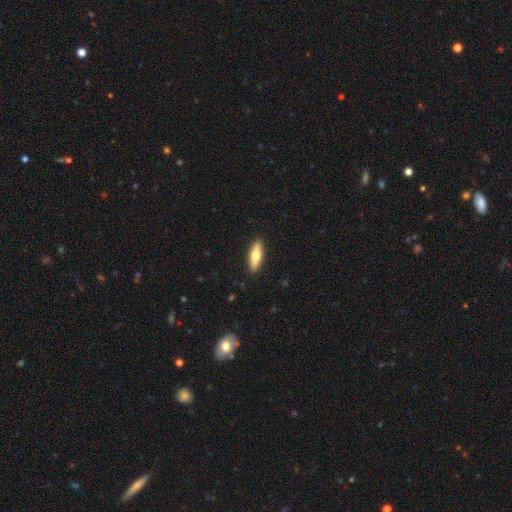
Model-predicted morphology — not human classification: Overall: smooth (64%; featured or disk 31%). How rounded: cigar-shaped (54%; in between 44%). Merging: none (90%).